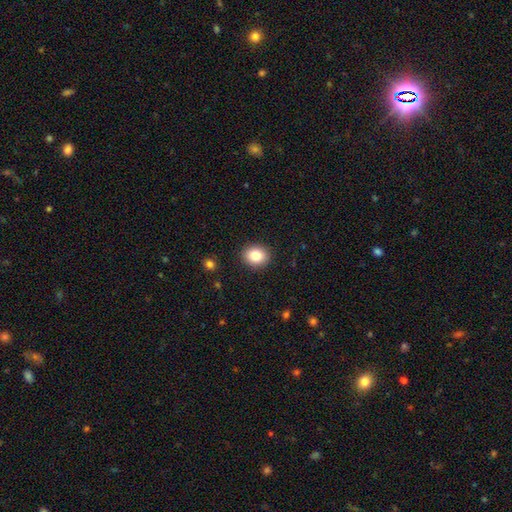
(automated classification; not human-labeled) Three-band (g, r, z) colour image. It shows a smooth galaxy with no disk features (83%) that is round (63%). Merging: none (90%).